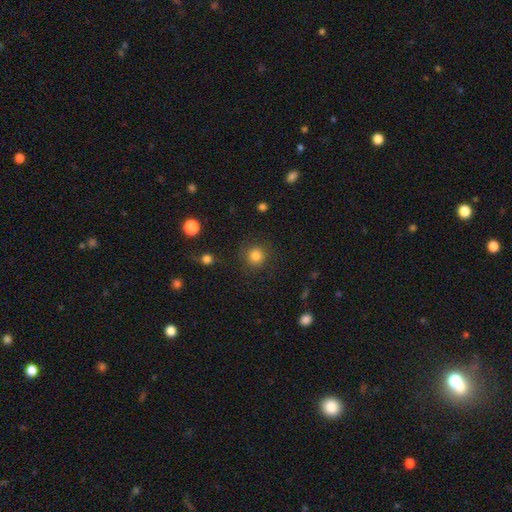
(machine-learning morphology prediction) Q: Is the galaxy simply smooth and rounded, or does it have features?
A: smooth — 83%.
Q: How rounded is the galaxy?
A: round — 93%.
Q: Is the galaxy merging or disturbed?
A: none — 87%.